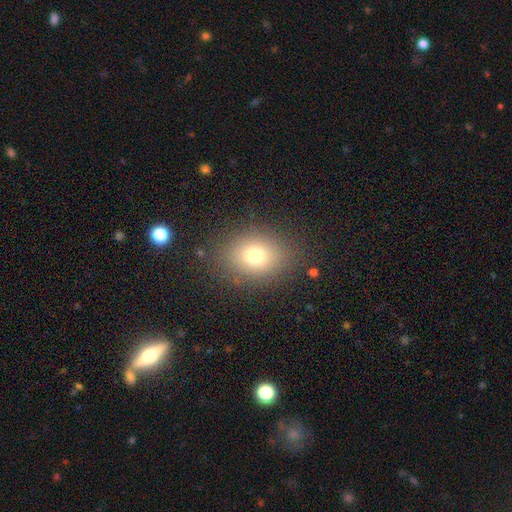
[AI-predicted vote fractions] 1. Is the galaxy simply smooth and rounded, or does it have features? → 73% smooth, 15% star or artifact, 12% featured or disk.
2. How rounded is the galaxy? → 54% in between, 45% round, 1% cigar-shaped.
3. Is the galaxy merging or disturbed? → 84% none, 10% minor disturbance, 5% major disturbance, 1% merger.